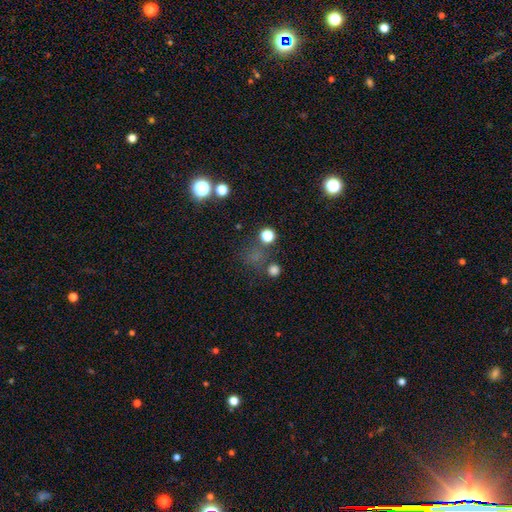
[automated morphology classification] smooth 55%, star or artifact 37%, featured or disk 9%. Down the decision tree: how rounded — round (85%); merging — none (67%).